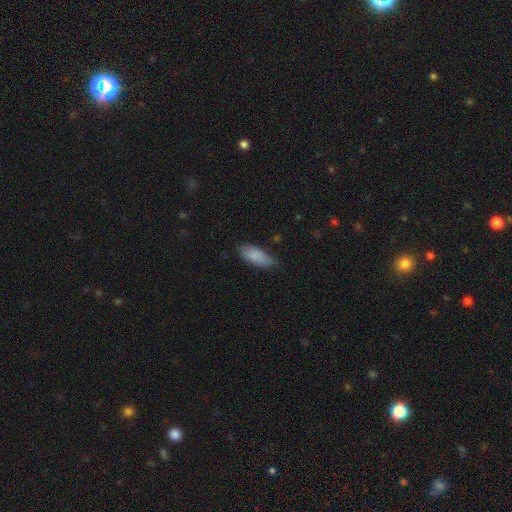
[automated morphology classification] Smooth or featured?
  - smooth: 86% *
  - featured or disk: 8%
  - star or artifact: 6%
How rounded?
  - in between: 81% *
  - cigar-shaped: 17%
  - round: 2%
Merging?
  - none: 65% *
  - minor disturbance: 28%
  - major disturbance: 5%
  - merger: 1%